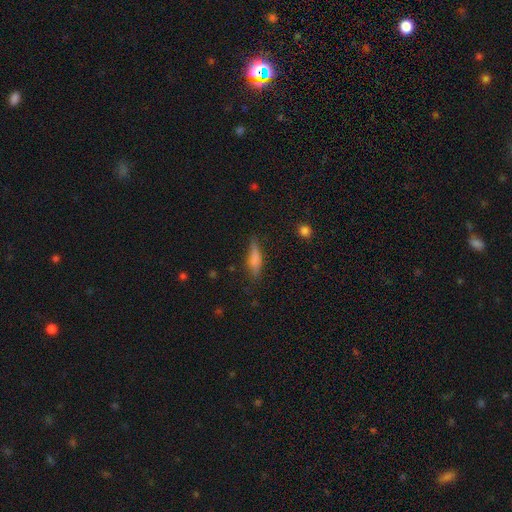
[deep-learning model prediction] smooth 52%, featured or disk 34%, star or artifact 14%. Down the decision tree: how rounded — cigar-shaped (77%); merging — none (80%).